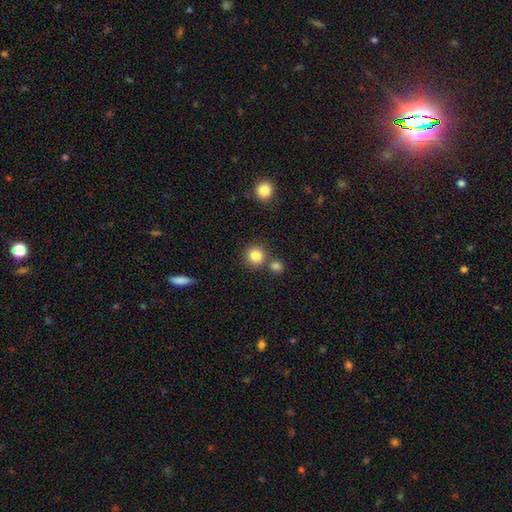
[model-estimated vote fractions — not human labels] A smooth galaxy with no disk features (84%) that is round (93%).

Vote fractions:
- Smooth or featured? smooth: 84% / star or artifact: 11% / featured or disk: 5%
- How rounded? round: 93% / in between: 6% / cigar-shaped: 1%
- Merging? none: 74% / merger: 17% / minor disturbance: 7% / major disturbance: 3%